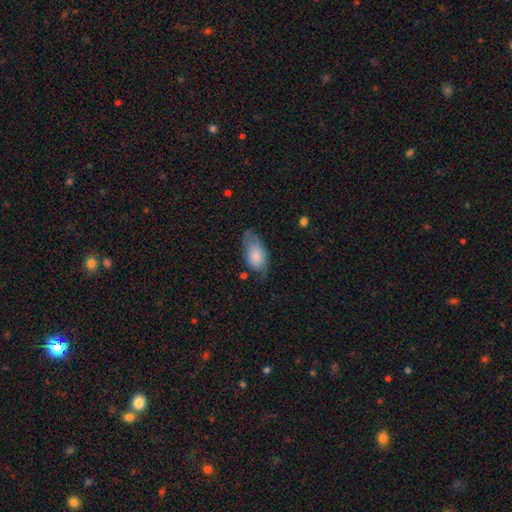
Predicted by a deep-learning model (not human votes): This is likely a smooth galaxy (72%). How rounded: clearly in between (93%). Merging: possibly none (53%).